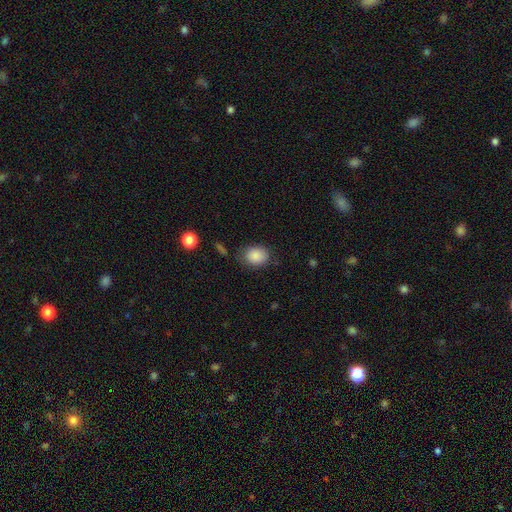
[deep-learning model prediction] This appears to be a smooth galaxy with no disk features (87%) that is in between round and cigar-shaped (57%). Merging: none (75%).